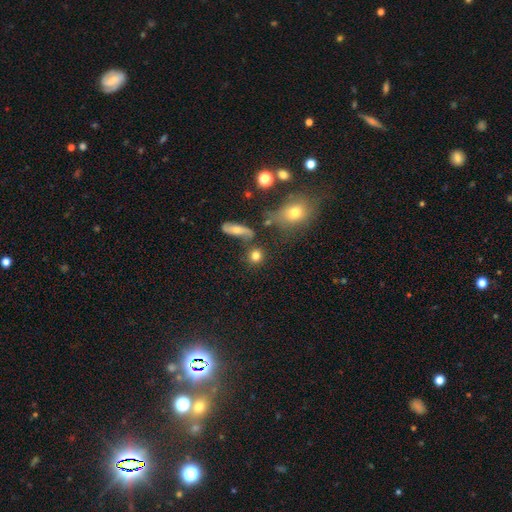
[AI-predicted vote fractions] This appears to be a smooth galaxy with no disk features (79%) that is round (85%). Merging: none (69%).